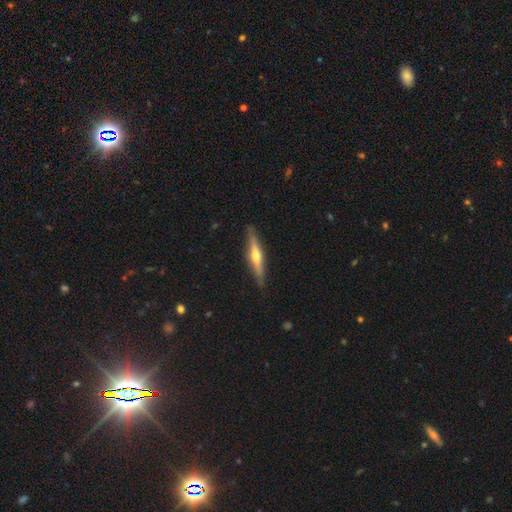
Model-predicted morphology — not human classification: featured or disk 67%, smooth 28%, star or artifact 5%. Down the decision tree: edge-on disk — yes (97%); edge-on bulge — rounded (89%); merging — none (89%).